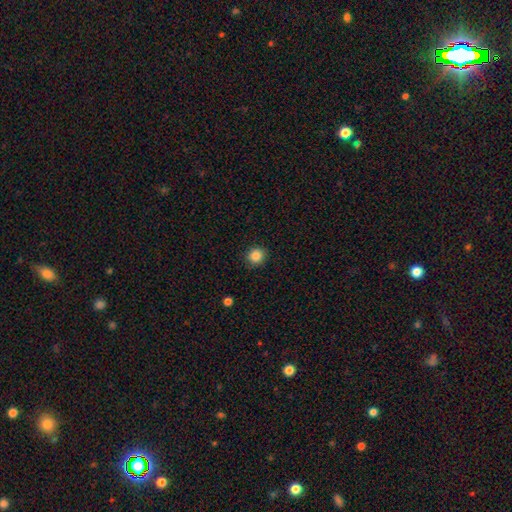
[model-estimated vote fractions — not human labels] Smooth or featured? smooth (85%)
How rounded? round (91%)
Merging? none (90%)